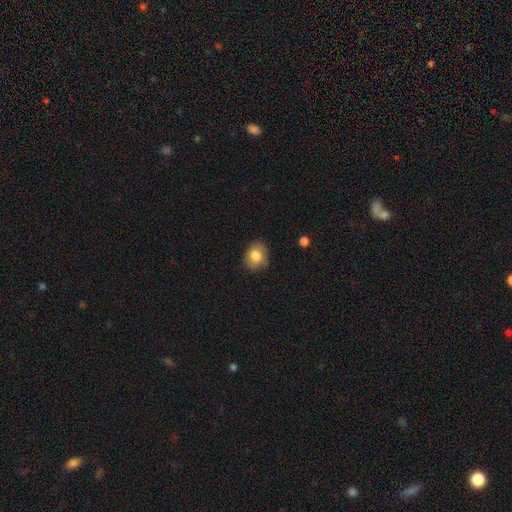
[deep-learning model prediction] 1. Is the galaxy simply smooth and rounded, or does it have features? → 81% smooth, 10% featured or disk, 9% star or artifact.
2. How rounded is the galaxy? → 61% round, 38% in between, 1% cigar-shaped.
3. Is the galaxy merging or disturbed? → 81% none, 15% minor disturbance, 3% major disturbance, 1% merger.